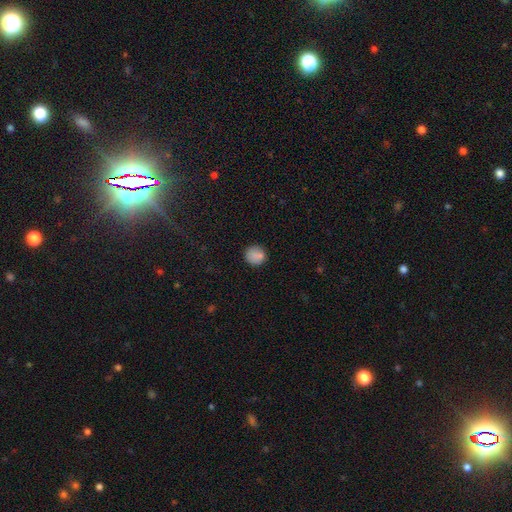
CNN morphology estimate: smooth-or-featured: smooth: 84% | star or artifact: 11% | featured or disk: 6%
  how-rounded: round: 90% | in between: 9% | cigar-shaped: 1%
  merging: none: 83% | minor disturbance: 11% | merger: 3% | major disturbance: 3%